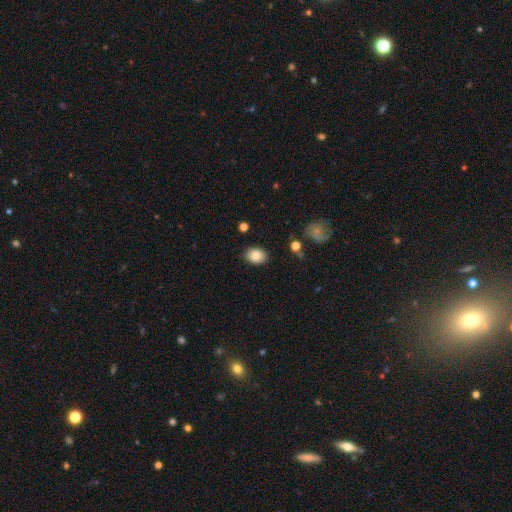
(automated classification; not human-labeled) Q: Smooth or featured?
A: smooth (83%); runner-up: featured or disk (9%)
Q: How rounded?
A: in between (70%); runner-up: round (29%)
Q: Merging?
A: none (87%); runner-up: minor disturbance (9%)